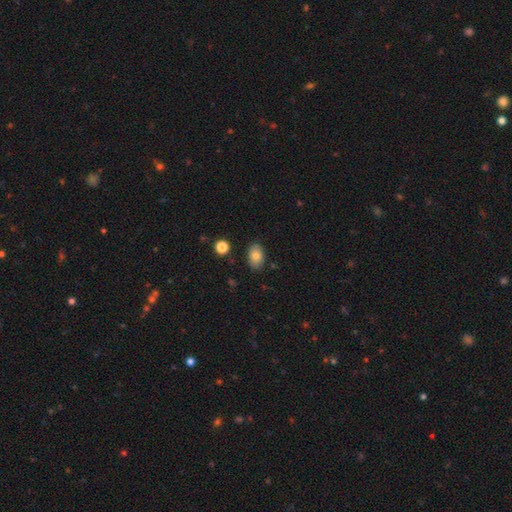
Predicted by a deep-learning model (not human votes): smooth 80%, featured or disk 12%, star or artifact 8%. Down the decision tree: how rounded — in between (87%); merging — none (85%).